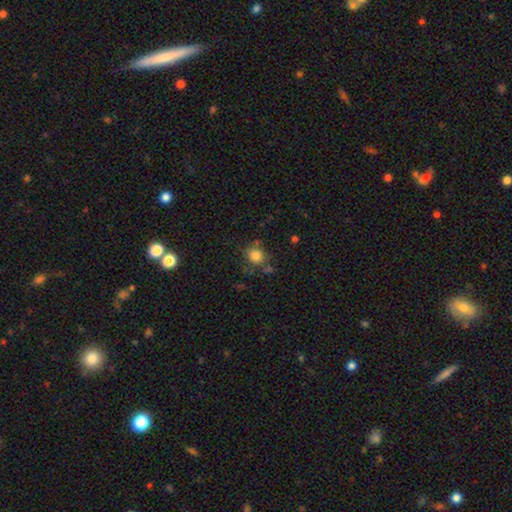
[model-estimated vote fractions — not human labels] Overall: smooth (82%). How rounded: round (78%). Merging: none (72%).